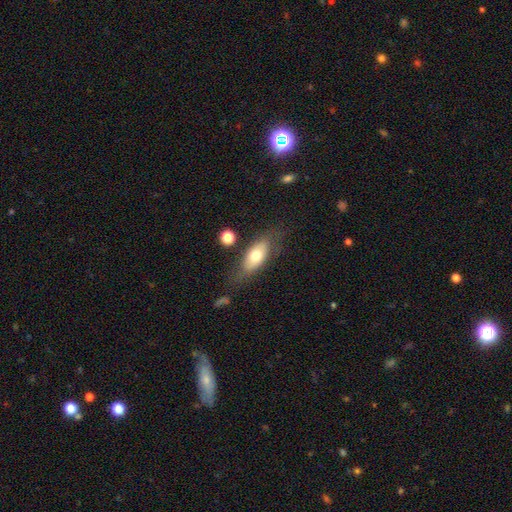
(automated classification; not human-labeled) This appears to be a smooth galaxy with no disk features (67%) that is in between round and cigar-shaped (81%). Merging: none (69%).